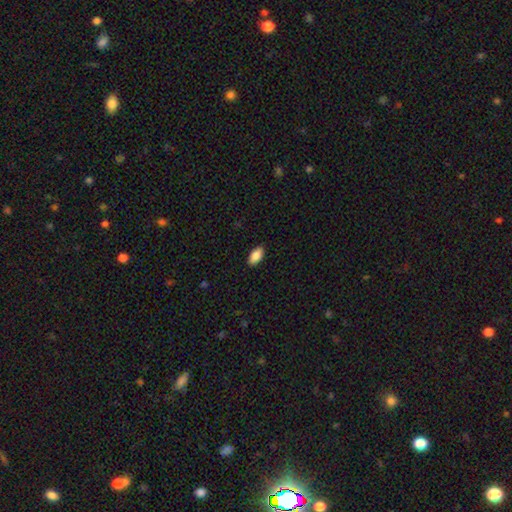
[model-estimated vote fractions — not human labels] A smooth galaxy with no disk features (87%) that is in between round and cigar-shaped (93%). Merging: none (88%).